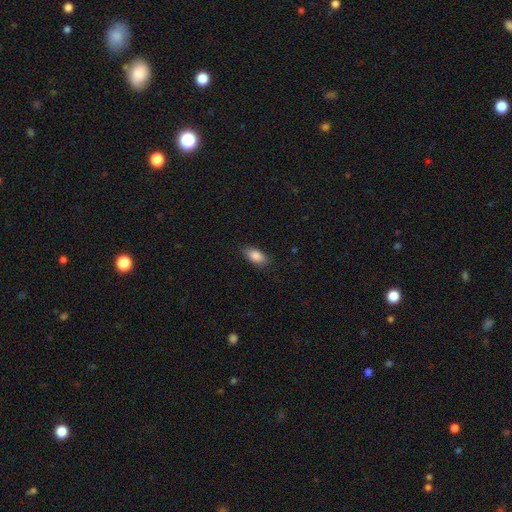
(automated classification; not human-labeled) This is clearly a smooth galaxy (86%). How rounded: clearly in between (90%). Merging: clearly none (83%).